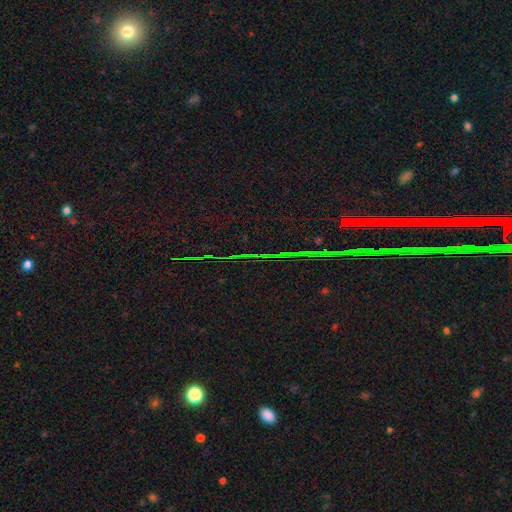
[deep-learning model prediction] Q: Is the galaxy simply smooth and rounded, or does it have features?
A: star or artifact — 85%.